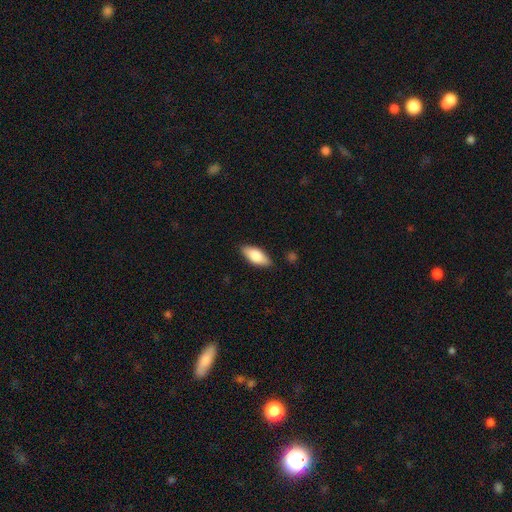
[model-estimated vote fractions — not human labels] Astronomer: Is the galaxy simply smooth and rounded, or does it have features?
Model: smooth — 80%.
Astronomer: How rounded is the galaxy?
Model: in between — 85%.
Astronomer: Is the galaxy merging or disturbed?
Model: none — 84%.